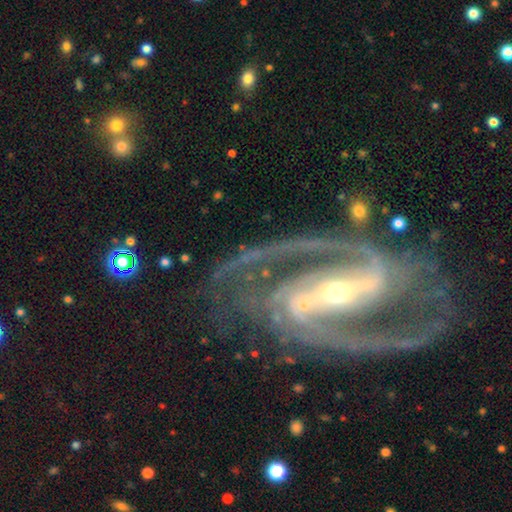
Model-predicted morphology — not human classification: A featured or disk galaxy (93%) with a strong bar (74%), 2 (81%) medium (58%) spiral arms (98%) and a small central bulge (50%).

Vote fractions:
- Smooth or featured? featured or disk: 93% / star or artifact: 5% / smooth: 3%
- Edge-on disk? no: 97% / yes: 3%
- Bar? strong: 74% / weak: 18% / no: 7%
- Spiral arms? yes: 98% / no: 2%
- Spiral winding? medium: 58% / tight: 26% / loose: 16%
- Spiral arm count? 2: 81% / 3: 7% / can't tell: 4% / 4: 3% / 1: 3% / more than 4: 2%
- Bulge size? small: 50% / moderate: 45% / large: 3% / none: 1% / dominant: 1%
- Merging? none: 65% / minor disturbance: 17% / major disturbance: 14% / merger: 4%